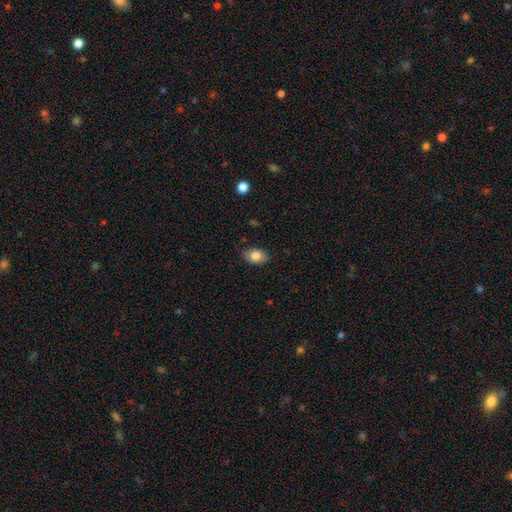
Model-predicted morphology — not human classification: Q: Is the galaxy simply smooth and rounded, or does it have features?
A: smooth — 82%.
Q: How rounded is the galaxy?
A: in between — 85%.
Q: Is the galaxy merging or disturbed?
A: none — 83%.